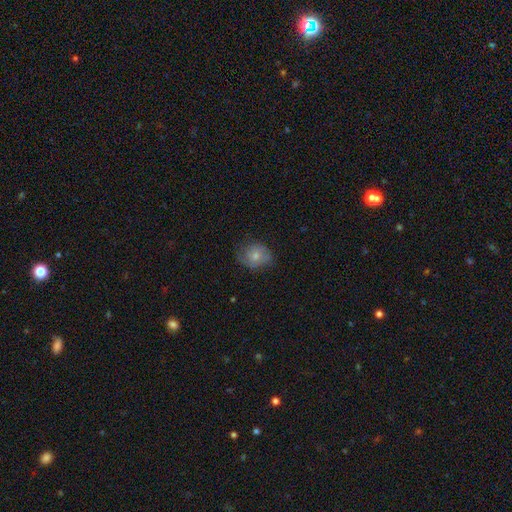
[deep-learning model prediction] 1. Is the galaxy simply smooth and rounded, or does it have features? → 52% smooth, 40% featured or disk, 8% star or artifact.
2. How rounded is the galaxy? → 59% round, 40% in between, 1% cigar-shaped.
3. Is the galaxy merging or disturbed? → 60% none, 27% minor disturbance, 11% major disturbance, 1% merger.